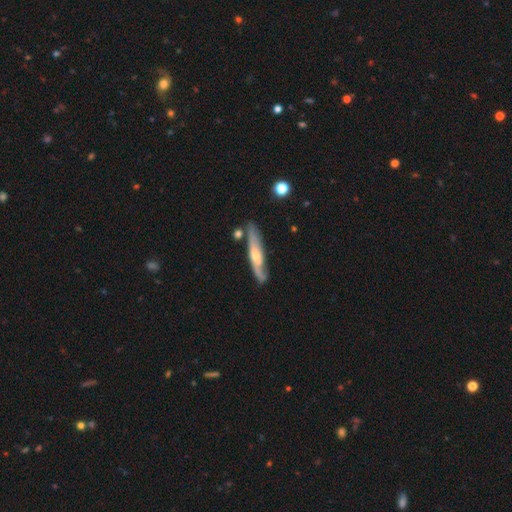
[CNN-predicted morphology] Smooth or featured? Predicted: featured or disk (p=0.65). Edge-on disk? Predicted: yes (p=0.70). Merging? Predicted: none (p=0.72).